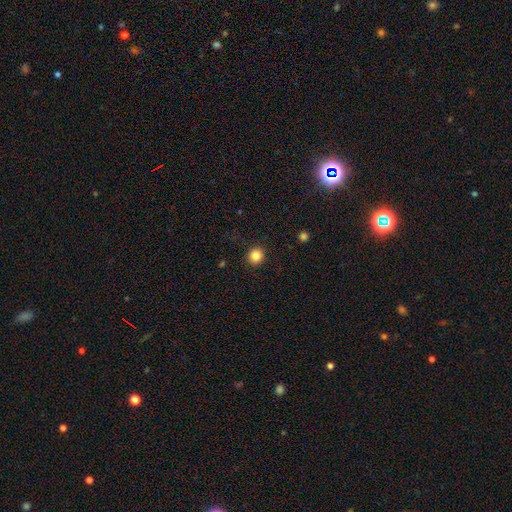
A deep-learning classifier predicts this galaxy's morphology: A smooth galaxy with no disk features (84%) that is round (90%).

Vote fractions:
- Smooth or featured? smooth: 84% / star or artifact: 11% / featured or disk: 5%
- How rounded? round: 90% / in between: 9% / cigar-shaped: 1%
- Merging? none: 91% / minor disturbance: 6% / major disturbance: 2% / merger: 1%